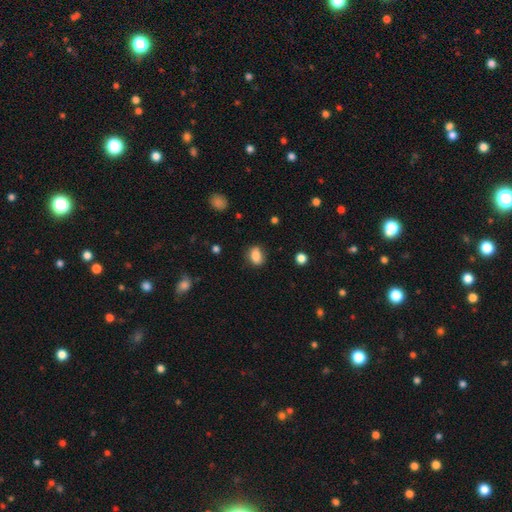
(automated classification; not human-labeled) Smooth or featured?
  - smooth: 83% *
  - featured or disk: 9%
  - star or artifact: 8%
How rounded?
  - in between: 72% *
  - round: 26%
  - cigar-shaped: 2%
Merging?
  - none: 79% *
  - minor disturbance: 15%
  - major disturbance: 4%
  - merger: 1%